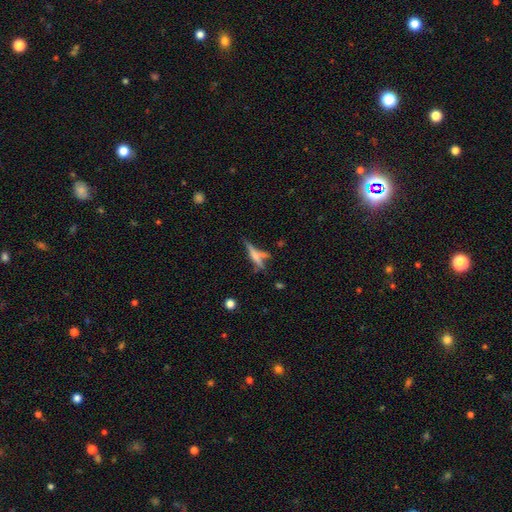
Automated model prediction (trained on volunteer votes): A smooth galaxy with no disk features (47%).

Vote fractions:
- Smooth or featured? smooth: 47% / featured or disk: 41% / star or artifact: 11%
- Merging? none: 54% / merger: 21% / minor disturbance: 16% / major disturbance: 9%